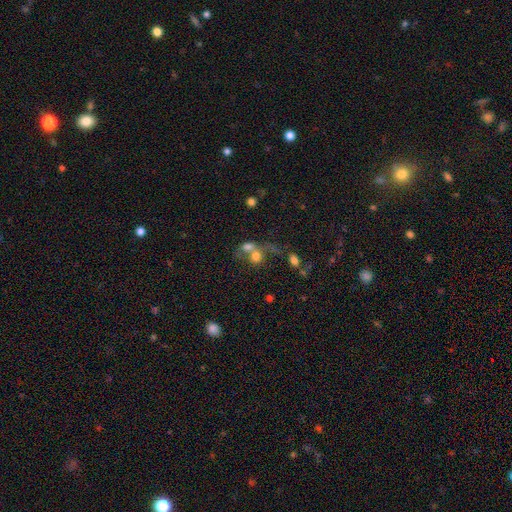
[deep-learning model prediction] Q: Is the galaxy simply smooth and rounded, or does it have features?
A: smooth — 67%.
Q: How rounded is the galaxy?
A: round — 64%.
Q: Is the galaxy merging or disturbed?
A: merger — 66%.